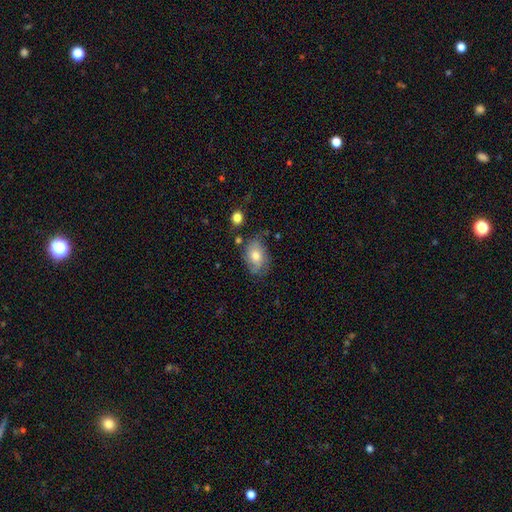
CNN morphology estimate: smooth_or_featured: smooth (p=0.59) [alt: featured or disk p=0.31]
how_rounded: in between (p=0.84) [alt: round p=0.15]
merging: none (p=0.64) [alt: minor disturbance p=0.25]